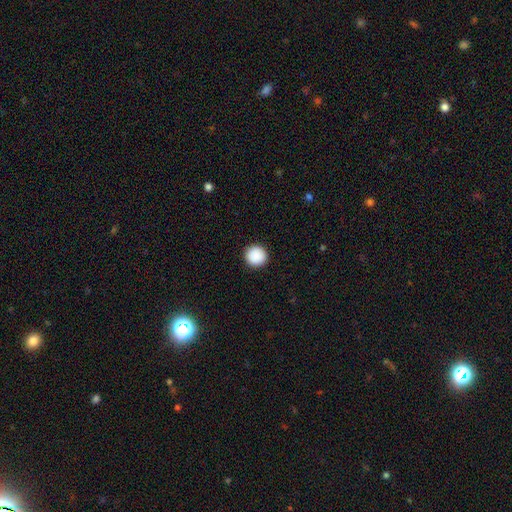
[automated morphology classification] This is clearly a smooth galaxy (90%). How rounded: clearly round (95%). Merging: clearly none (93%).